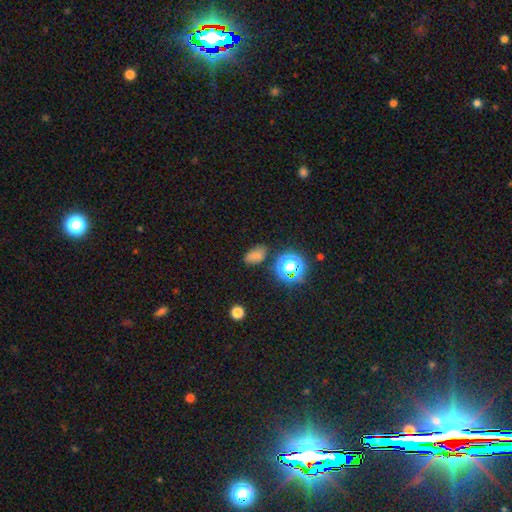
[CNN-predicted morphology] A smooth galaxy with no disk features (66%) that is in between round and cigar-shaped (84%).

Vote fractions:
- Smooth or featured? smooth: 66% / star or artifact: 24% / featured or disk: 10%
- How rounded? in between: 84% / round: 13% / cigar-shaped: 2%
- Merging? none: 71% / minor disturbance: 18% / major disturbance: 6% / merger: 5%